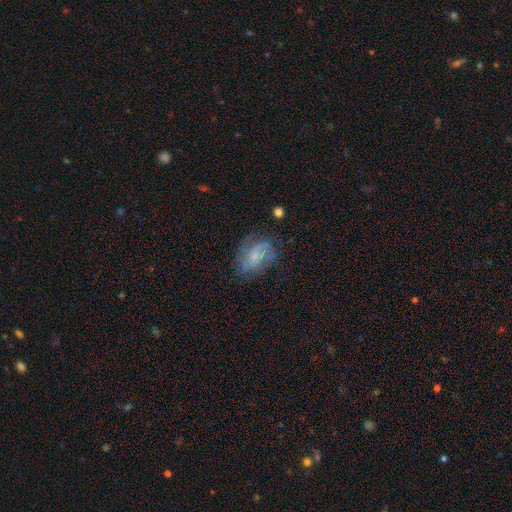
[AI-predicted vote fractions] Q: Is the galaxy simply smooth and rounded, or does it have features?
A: featured or disk — 58%.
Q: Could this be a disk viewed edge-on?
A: no — 97%.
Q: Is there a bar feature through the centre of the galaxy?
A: no — 69%.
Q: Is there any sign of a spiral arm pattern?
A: yes — 82%.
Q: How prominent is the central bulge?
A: small — 54%.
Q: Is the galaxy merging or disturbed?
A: none — 59%.